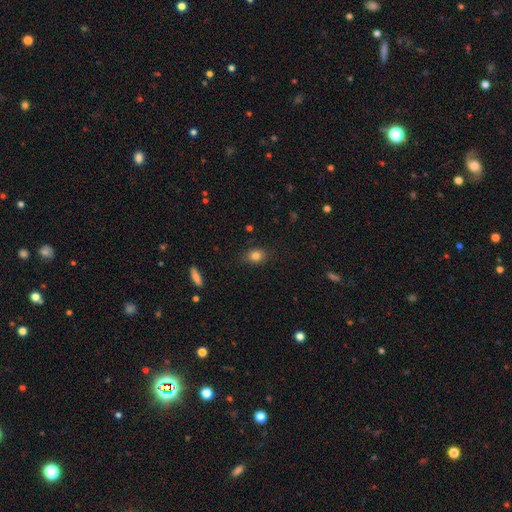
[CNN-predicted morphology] Smooth or featured? smooth (82%)
How rounded? in between (55%)
Merging? none (81%)